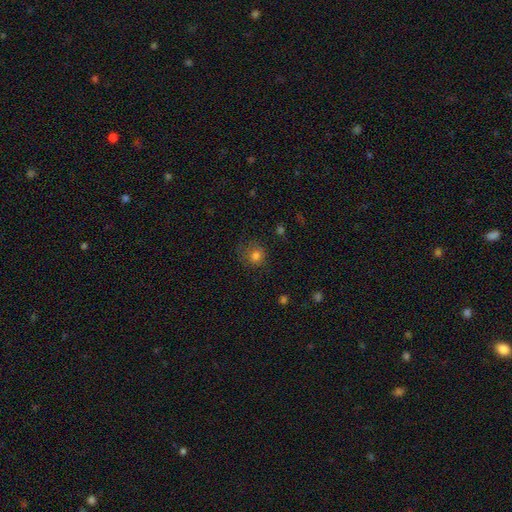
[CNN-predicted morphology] Smooth or featured? smooth (80%)
How rounded? round (87%)
Merging? none (71%)